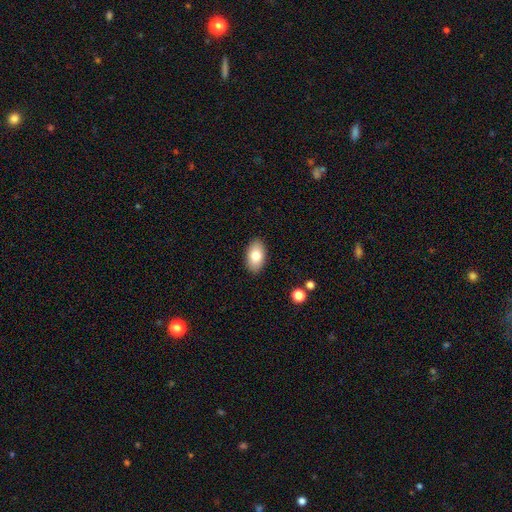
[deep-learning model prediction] A smooth galaxy with no disk features (80%) that is in between round and cigar-shaped (94%).

Vote fractions:
- Smooth or featured? smooth: 80% / featured or disk: 13% / star or artifact: 7%
- How rounded? in between: 94% / round: 5% / cigar-shaped: 1%
- Merging? none: 89% / minor disturbance: 8% / major disturbance: 2% / merger: 1%